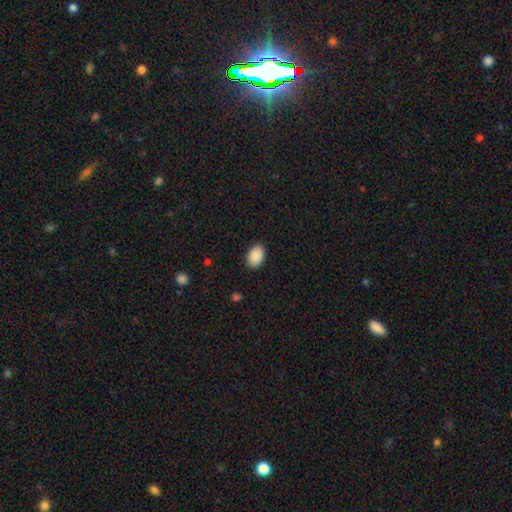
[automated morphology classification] smooth_or_featured: smooth (p=0.91) [alt: star or artifact p=0.07]
how_rounded: in between (p=0.85) [alt: round p=0.14]
merging: none (p=0.89) [alt: minor disturbance p=0.08]